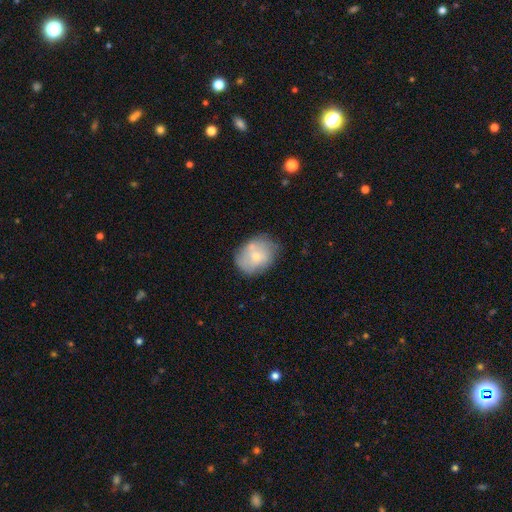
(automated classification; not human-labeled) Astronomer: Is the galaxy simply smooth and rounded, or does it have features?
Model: smooth — 56% (runner-up: featured or disk, 36%).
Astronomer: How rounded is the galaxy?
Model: in between — 58% (runner-up: round, 41%).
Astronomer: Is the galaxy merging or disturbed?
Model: none — 59%.